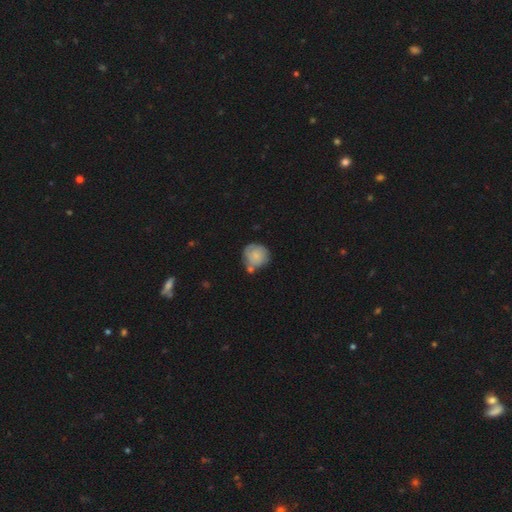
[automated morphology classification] smooth-or-featured: smooth: 72% | featured or disk: 21% | star or artifact: 7%
  how-rounded: round: 87% | in between: 12% | cigar-shaped: 1%
  merging: none: 51% | minor disturbance: 23% | merger: 19% | major disturbance: 7%